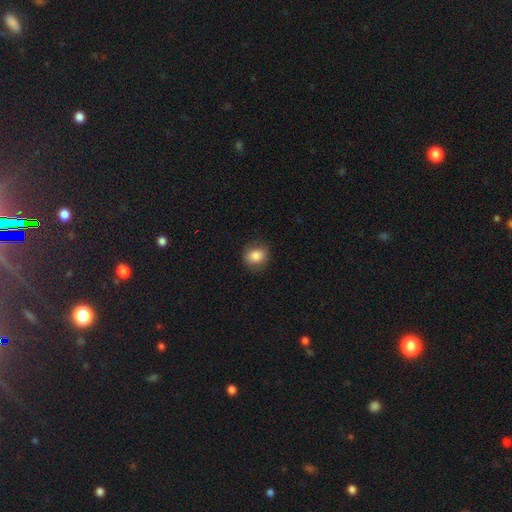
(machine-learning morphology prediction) Q: Smooth or featured?
A: smooth (83%); runner-up: star or artifact (9%)
Q: How rounded?
A: round (56%); runner-up: in between (43%)
Q: Merging?
A: none (83%); runner-up: minor disturbance (13%)